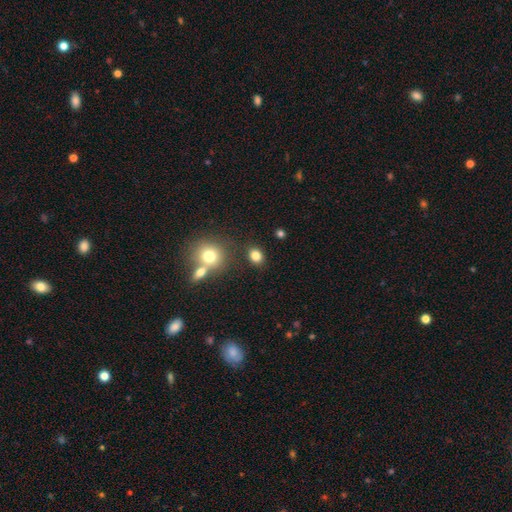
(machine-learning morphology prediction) type=smooth (81%); roundness=round (51%); merging=none (78%).